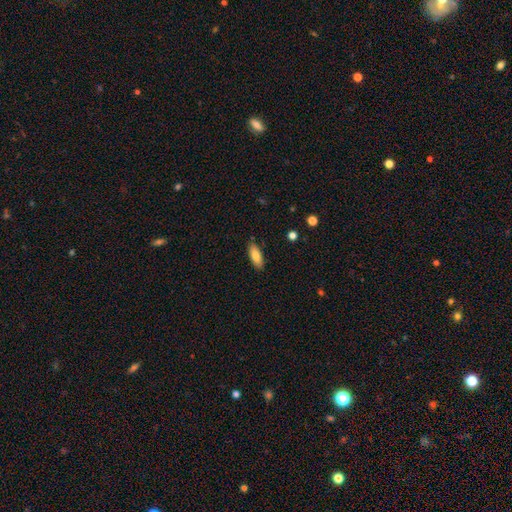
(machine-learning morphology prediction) Smooth or featured: smooth — 83% (featured or disk — 10%)
How rounded: in between — 75% (cigar-shaped — 23%)
Merging: none — 86% (minor disturbance — 10%)